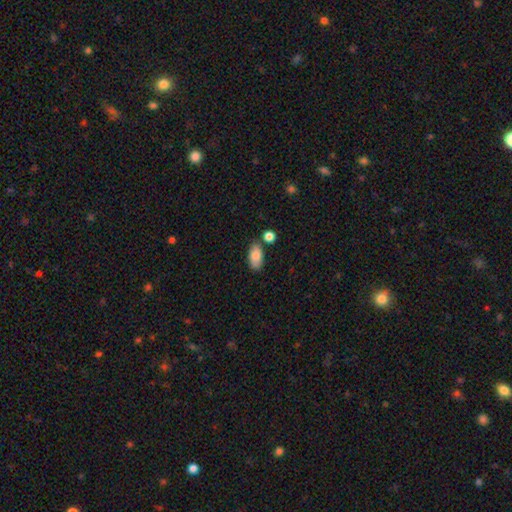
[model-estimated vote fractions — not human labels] Smooth or featured?
  - smooth: 84% *
  - featured or disk: 9%
  - star or artifact: 7%
How rounded?
  - in between: 92% *
  - round: 4%
  - cigar-shaped: 4%
Merging?
  - none: 73% *
  - minor disturbance: 15%
  - merger: 9%
  - major disturbance: 3%